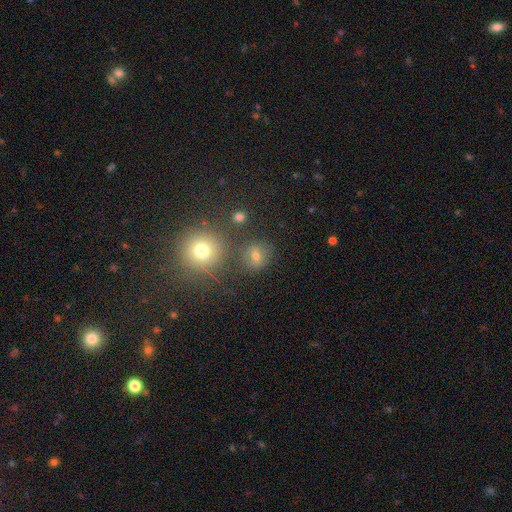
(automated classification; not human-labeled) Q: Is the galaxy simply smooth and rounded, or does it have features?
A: smooth — 62%.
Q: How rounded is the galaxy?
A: round — 83%.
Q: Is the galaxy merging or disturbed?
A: none — 77%.